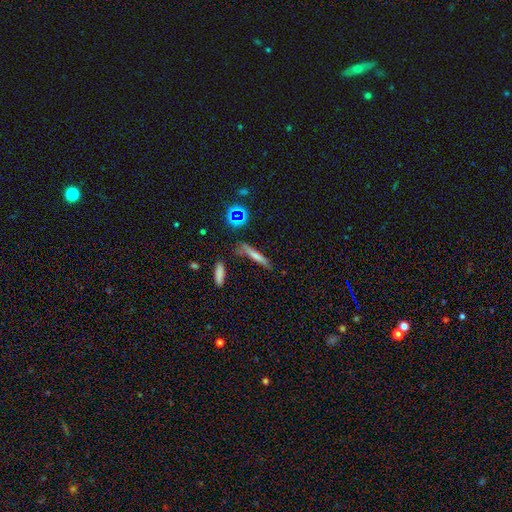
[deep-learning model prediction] smooth_or_featured: smooth (p=0.66) [alt: featured or disk p=0.21]
how_rounded: cigar-shaped (p=0.86) [alt: in between p=0.10]
merging: none (p=0.72) [alt: minor disturbance p=0.16]